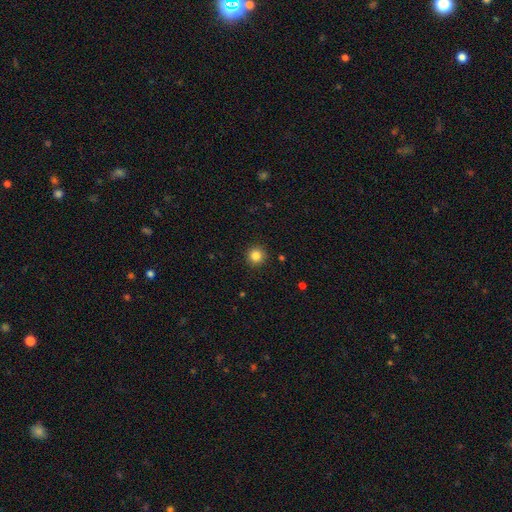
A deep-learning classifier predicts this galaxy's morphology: Smooth or featured? smooth (85%)
How rounded? round (95%)
Merging? none (92%)